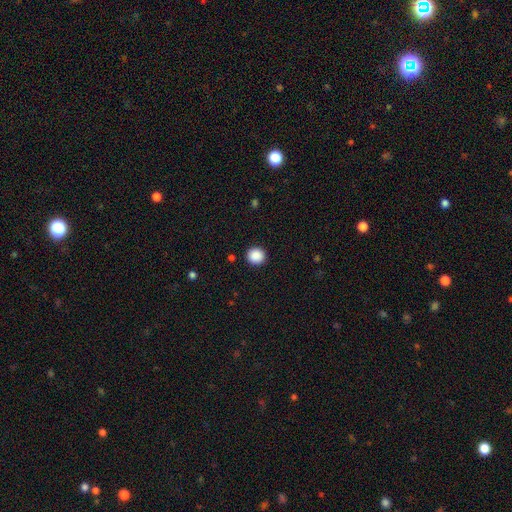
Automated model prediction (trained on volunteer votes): smooth_or_featured: smooth (p=0.89) [alt: star or artifact p=0.09]
how_rounded: round (p=0.92) [alt: in between p=0.07]
merging: none (p=0.92) [alt: minor disturbance p=0.05]